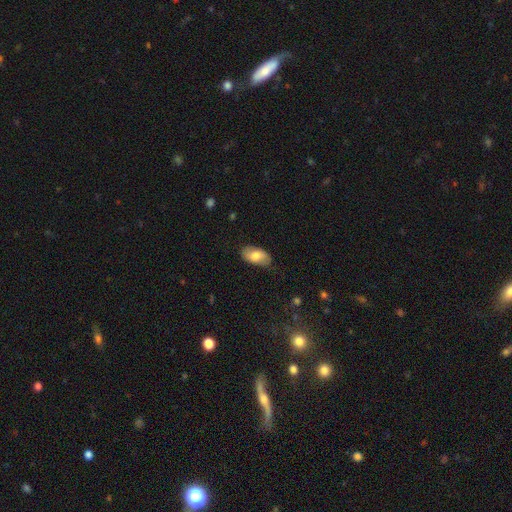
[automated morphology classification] Overall: smooth (77%). How rounded: in between (94%). Merging: none (78%).